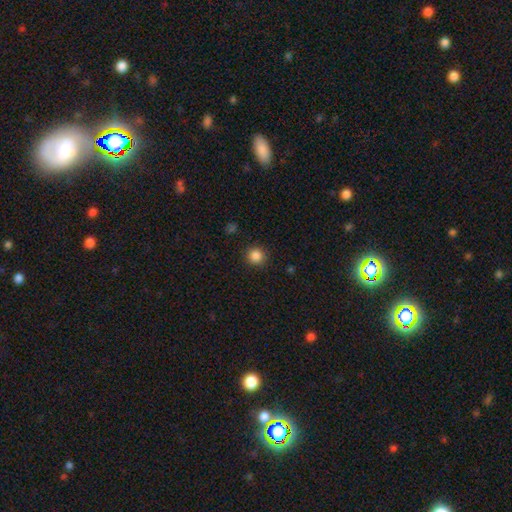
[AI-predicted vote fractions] smooth_or_featured: smooth (p=0.86) [alt: star or artifact p=0.11]
how_rounded: round (p=0.94) [alt: in between p=0.05]
merging: none (p=0.91) [alt: minor disturbance p=0.06]